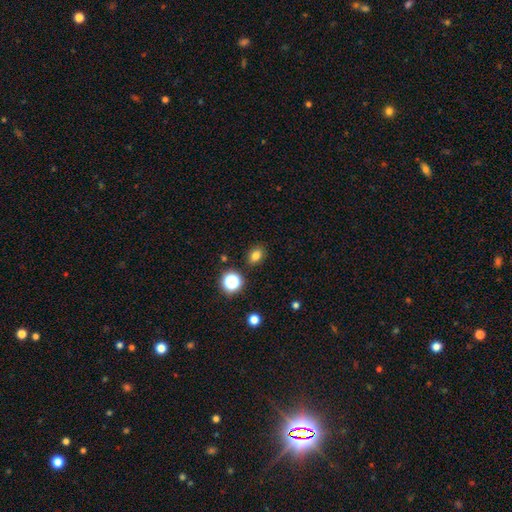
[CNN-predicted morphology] A smooth galaxy with no disk features (79%) that is in between round and cigar-shaped (62%). Merging: none (87%).